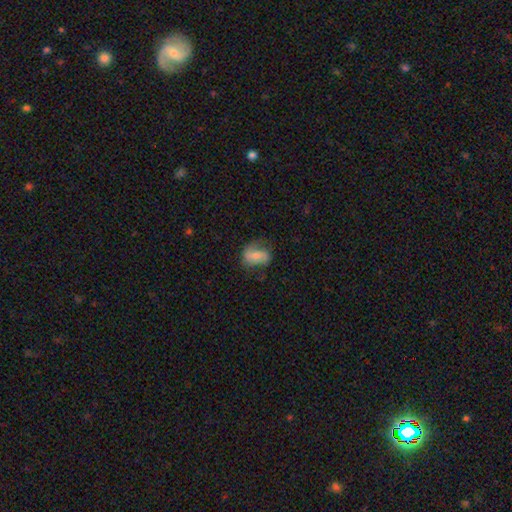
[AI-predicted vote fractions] Smooth or featured?
  - smooth: 50% *
  - featured or disk: 43%
  - star or artifact: 8%
Merging?
  - none: 59% *
  - minor disturbance: 26%
  - major disturbance: 13%
  - merger: 2%